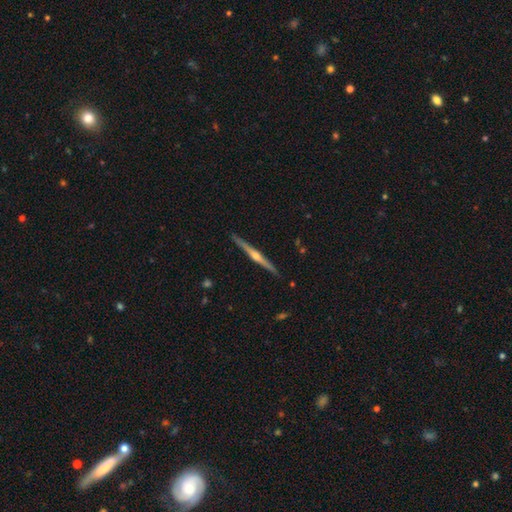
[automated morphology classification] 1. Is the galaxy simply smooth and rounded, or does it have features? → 82% featured or disk, 14% smooth, 5% star or artifact.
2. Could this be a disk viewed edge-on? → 99% yes, 1% no.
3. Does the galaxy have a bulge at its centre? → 90% rounded, 6% none, 4% boxy.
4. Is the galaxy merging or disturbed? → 91% none, 7% minor disturbance, 1% major disturbance, 1% merger.